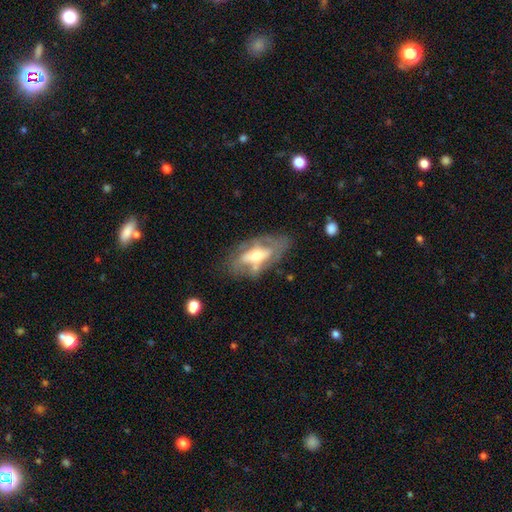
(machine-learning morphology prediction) Q: Smooth or featured?
A: featured or disk (62%); runner-up: smooth (31%)
Q: Edge-on disk?
A: no (82%); runner-up: yes (18%)
Q: Bar?
A: no (51%); runner-up: weak (27%)
Q: Spiral arms?
A: no (57%); runner-up: yes (43%)
Q: Bulge size?
A: moderate (61%); runner-up: small (24%)
Q: Merging?
A: none (54%); runner-up: minor disturbance (24%)